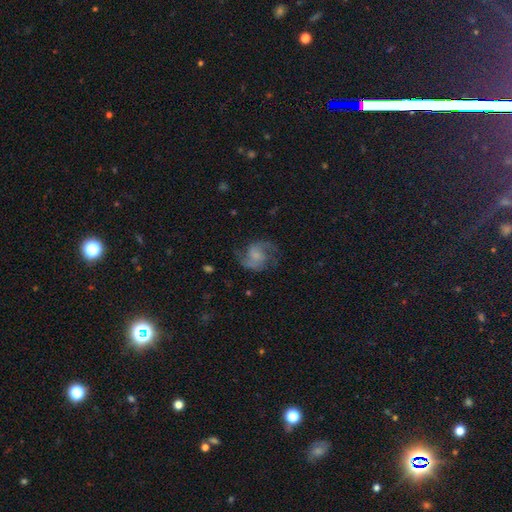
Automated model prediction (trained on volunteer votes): Smooth or featured?
  - featured or disk: 81% *
  - smooth: 12%
  - star or artifact: 7%
Edge-on disk?
  - no: 98% *
  - yes: 2%
Bar?
  - no: 54% *
  - weak: 38%
  - strong: 8%
Spiral arms?
  - yes: 96% *
  - no: 4%
Spiral winding?
  - medium: 54% *
  - loose: 32%
  - tight: 14%
Spiral arm count?
  - 2: 90% *
  - can't tell: 4%
  - 3: 2%
  - 1: 2%
  - 4: 1%
  - more than 4: 1%
Bulge size?
  - small: 37% *
  - none: 32%
  - moderate: 22%
  - large: 6%
  - dominant: 2%
Merging?
  - none: 71% *
  - minor disturbance: 16%
  - major disturbance: 11%
  - merger: 1%